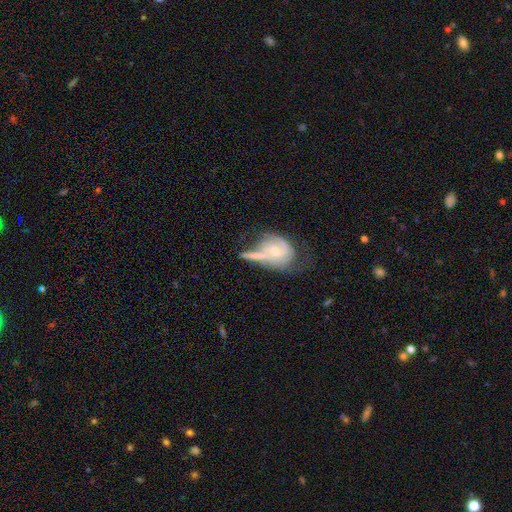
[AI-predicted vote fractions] Q: Smooth or featured?
A: featured or disk (55%); runner-up: smooth (37%)
Q: Edge-on disk?
A: no (88%); runner-up: yes (12%)
Q: Merging?
A: none (31%); runner-up: merger (30%)